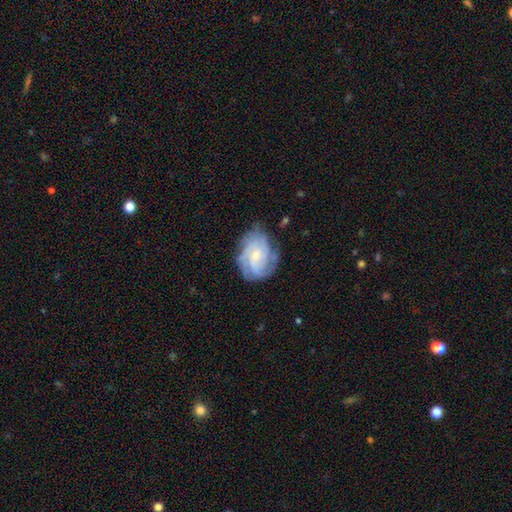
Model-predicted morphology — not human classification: featured or disk 75%, smooth 18%, star or artifact 7%. Down the decision tree: edge-on disk — no (97%); bar — no (61%); spiral arms — yes (92%); spiral arm count — can't tell (35%); spiral winding — tight (56%); bulge size — small (61%); merging — none (66%).